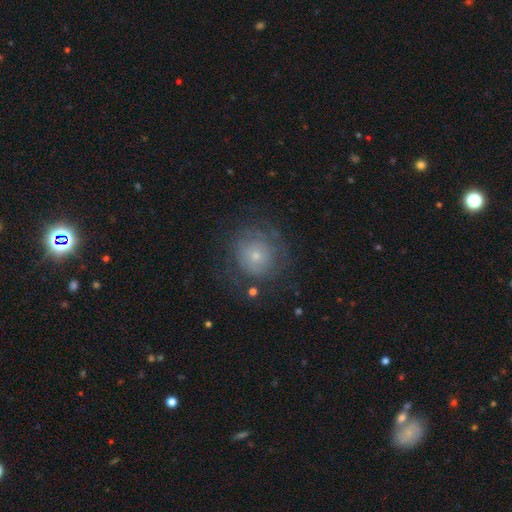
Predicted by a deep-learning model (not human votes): Smooth or featured? featured or disk (53%)
Edge-on disk? no (97%)
Bar? no (86%)
Spiral arms? yes (71%)
Bulge size? small (68%)
Merging? none (68%)